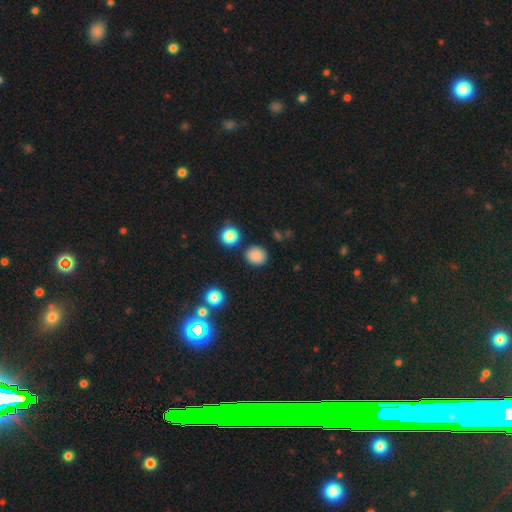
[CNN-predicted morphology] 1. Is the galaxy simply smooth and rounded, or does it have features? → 84% smooth, 12% star or artifact, 4% featured or disk.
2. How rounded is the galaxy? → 77% round, 22% in between, 1% cigar-shaped.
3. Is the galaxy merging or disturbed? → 86% none, 9% minor disturbance, 3% merger, 3% major disturbance.